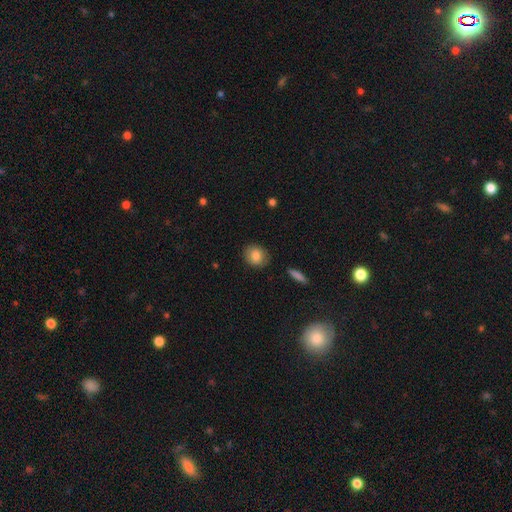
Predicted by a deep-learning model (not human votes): smooth_or_featured: smooth (p=0.82) [alt: featured or disk p=0.10]
how_rounded: round (p=0.68) [alt: in between p=0.31]
merging: none (p=0.86) [alt: minor disturbance p=0.11]